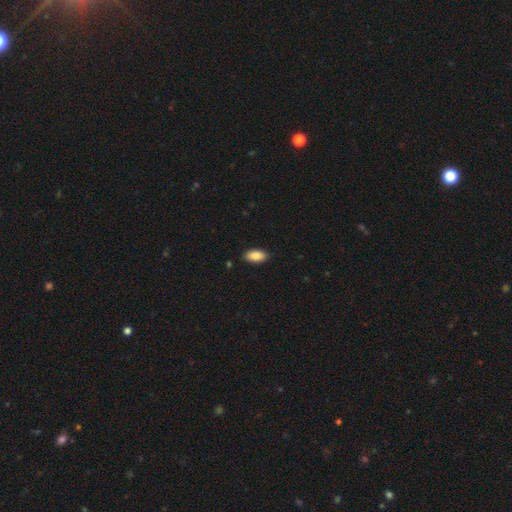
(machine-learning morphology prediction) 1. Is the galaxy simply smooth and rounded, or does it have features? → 89% smooth, 7% star or artifact, 5% featured or disk.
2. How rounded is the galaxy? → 93% in between, 4% cigar-shaped, 3% round.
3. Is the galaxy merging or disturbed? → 87% none, 10% minor disturbance, 2% major disturbance, 1% merger.